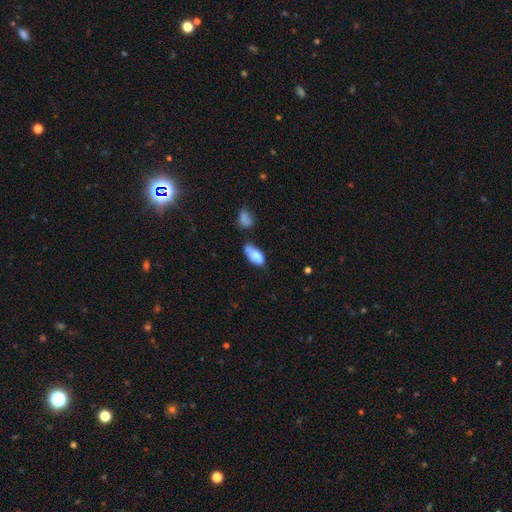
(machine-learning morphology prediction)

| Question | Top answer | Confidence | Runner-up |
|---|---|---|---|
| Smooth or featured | smooth | 77% | featured or disk (15%) |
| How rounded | in between | 87% | cigar-shaped (10%) |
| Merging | none | 46% | minor disturbance (30%) |